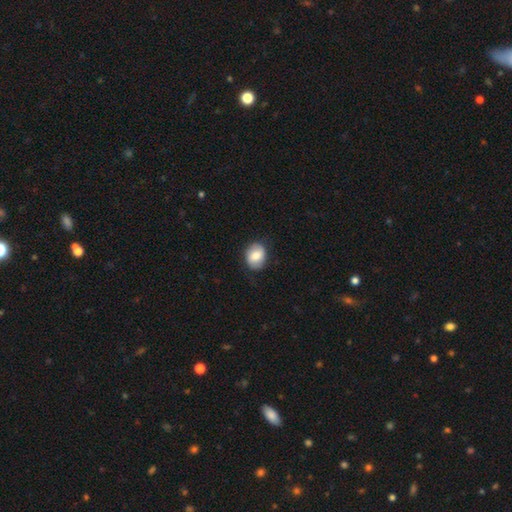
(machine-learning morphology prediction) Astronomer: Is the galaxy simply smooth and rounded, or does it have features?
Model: smooth — 75%.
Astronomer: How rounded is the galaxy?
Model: in between — 53% (runner-up: round, 46%).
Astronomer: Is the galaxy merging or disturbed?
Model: none — 81%.